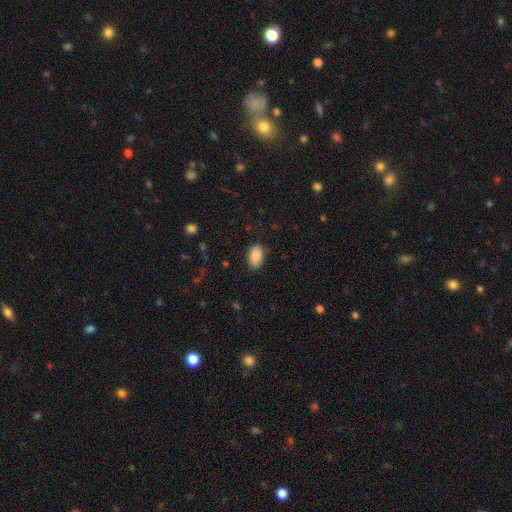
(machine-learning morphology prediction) Q: Smooth or featured?
A: smooth (89%); runner-up: star or artifact (7%)
Q: How rounded?
A: in between (91%); runner-up: round (7%)
Q: Merging?
A: none (83%); runner-up: minor disturbance (13%)